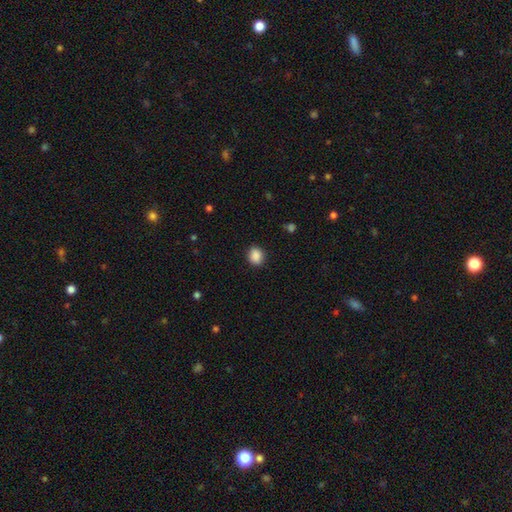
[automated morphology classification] Q: Smooth or featured?
A: smooth (89%); runner-up: star or artifact (8%)
Q: How rounded?
A: round (61%); runner-up: in between (38%)
Q: Merging?
A: none (88%); runner-up: minor disturbance (9%)